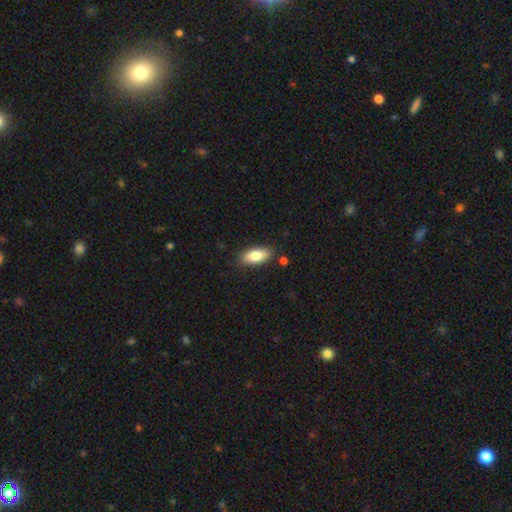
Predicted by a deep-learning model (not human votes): smooth_or_featured: smooth (p=0.81) [alt: featured or disk p=0.13]
how_rounded: in between (p=0.85) [alt: cigar-shaped p=0.12]
merging: none (p=0.84) [alt: minor disturbance p=0.11]